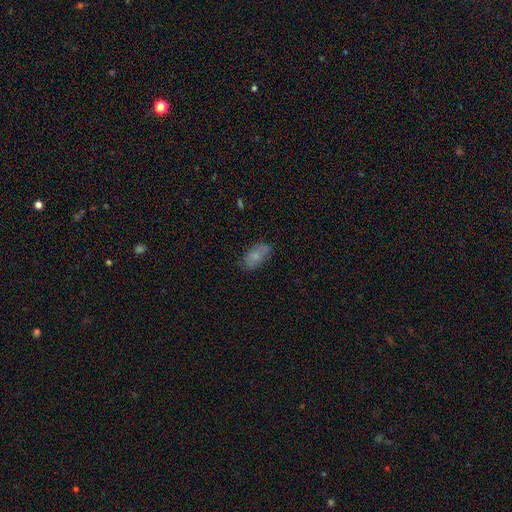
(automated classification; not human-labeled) smooth 72%, featured or disk 20%, star or artifact 8%. Down the decision tree: how rounded — in between (91%); merging — none (72%).